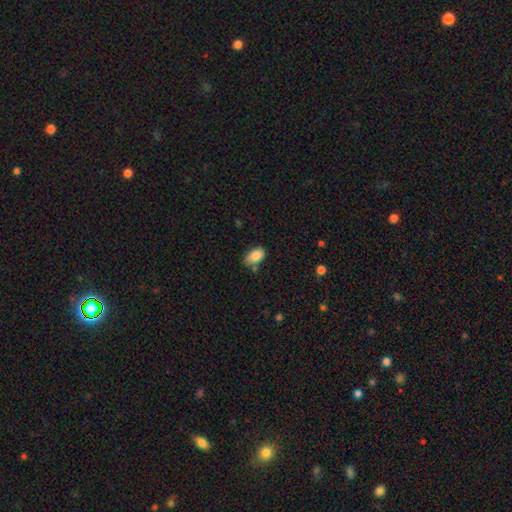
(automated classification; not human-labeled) Smooth or featured?
  - smooth: 85% *
  - star or artifact: 8%
  - featured or disk: 7%
How rounded?
  - in between: 90% *
  - round: 8%
  - cigar-shaped: 2%
Merging?
  - none: 60% *
  - minor disturbance: 27%
  - merger: 8%
  - major disturbance: 5%